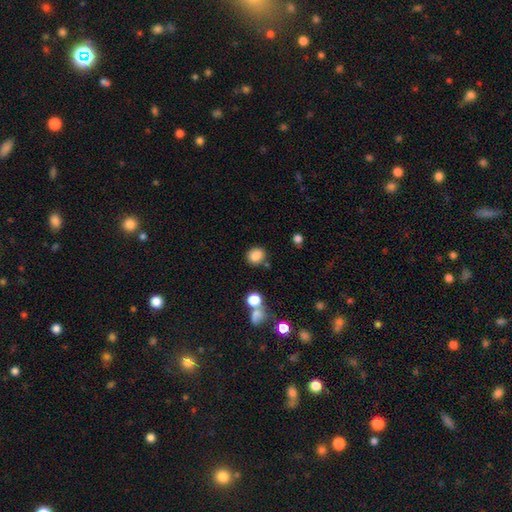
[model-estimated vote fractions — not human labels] The model was most divided on "how rounded": round: 67%, in between: 32%, cigar-shaped: 1%. More confident: smooth or featured — smooth (84%); merging — none (76%).